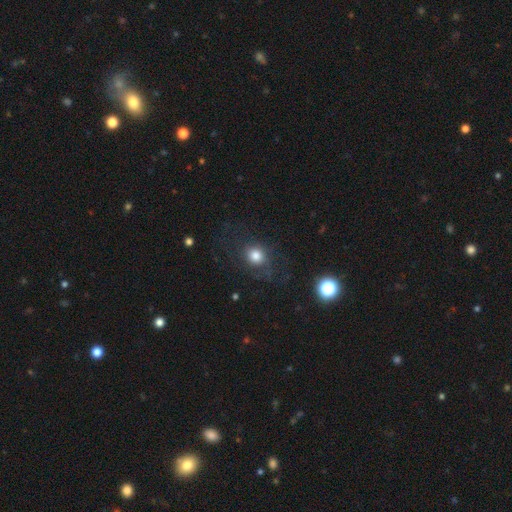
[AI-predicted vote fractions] Q: Smooth or featured?
A: smooth (72%); runner-up: featured or disk (16%)
Q: How rounded?
A: round (76%); runner-up: in between (23%)
Q: Merging?
A: none (68%); runner-up: minor disturbance (15%)